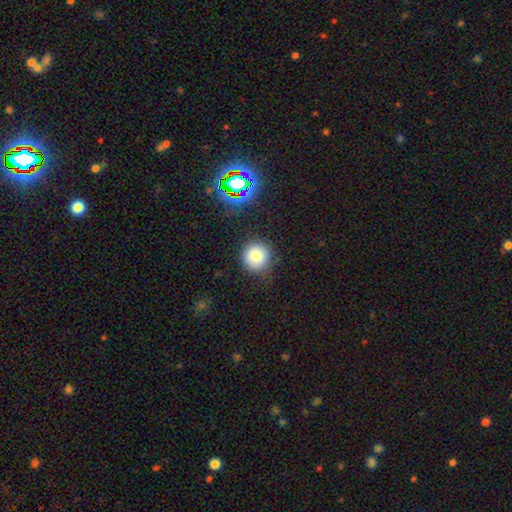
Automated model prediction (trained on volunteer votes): Smooth or featured? Predicted: smooth (p=0.78). How rounded? Predicted: round (p=0.92). Merging? Predicted: none (p=0.82).